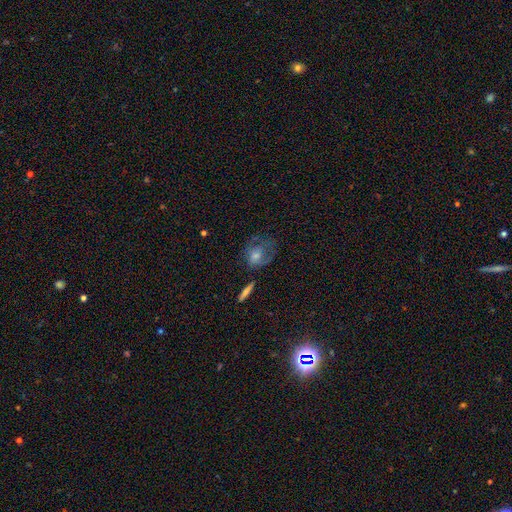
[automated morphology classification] Smooth or featured? Predicted: featured or disk (p=0.49). Merging? Predicted: none (p=0.47).